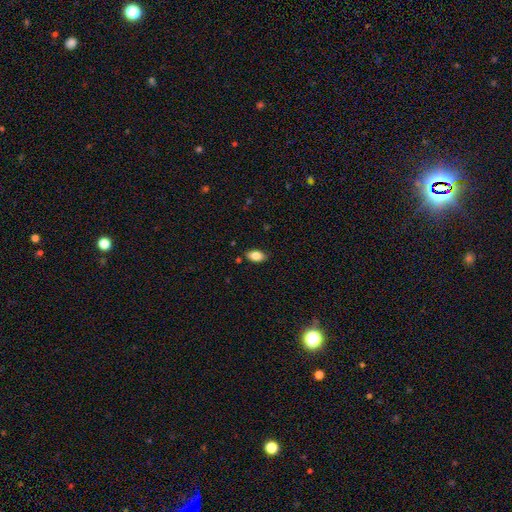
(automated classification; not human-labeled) Smooth or featured: smooth — 83% (featured or disk — 10%)
How rounded: in between — 91% (round — 5%)
Merging: none — 84% (minor disturbance — 12%)